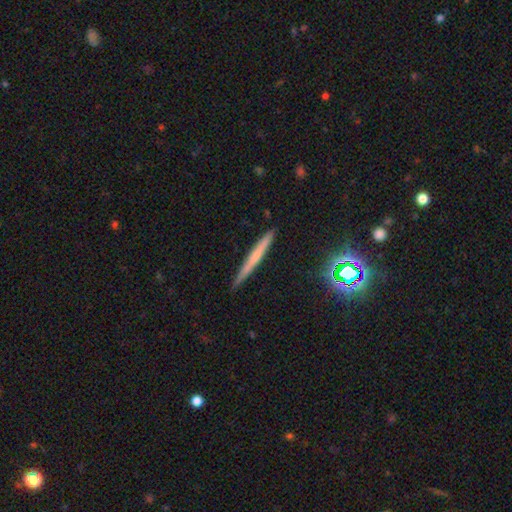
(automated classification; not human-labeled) A smooth galaxy with no disk features (46%). Merging: none (89%).